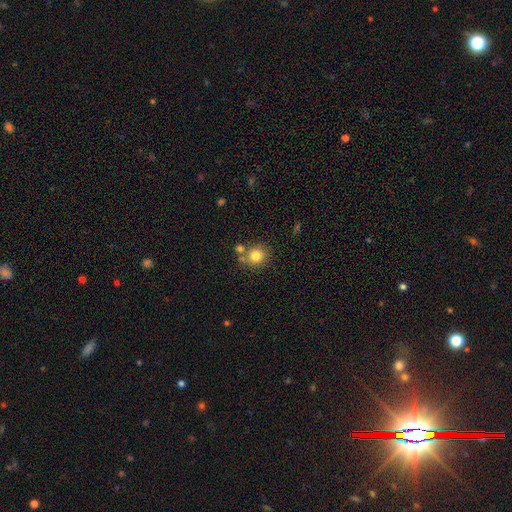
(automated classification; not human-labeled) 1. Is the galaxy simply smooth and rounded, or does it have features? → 81% smooth, 11% star or artifact, 8% featured or disk.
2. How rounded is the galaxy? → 86% round, 13% in between, 1% cigar-shaped.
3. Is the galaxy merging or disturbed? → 69% none, 18% merger, 10% minor disturbance, 3% major disturbance.